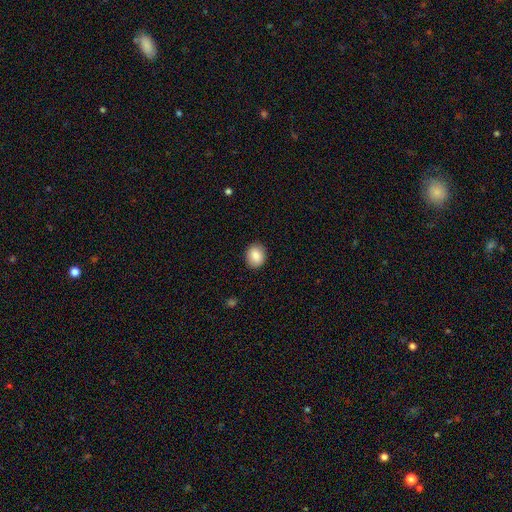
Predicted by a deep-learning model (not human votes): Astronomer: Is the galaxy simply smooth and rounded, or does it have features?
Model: smooth — 85%.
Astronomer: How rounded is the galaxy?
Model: round — 59% (runner-up: in between, 40%).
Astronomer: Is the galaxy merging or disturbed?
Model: none — 89%.